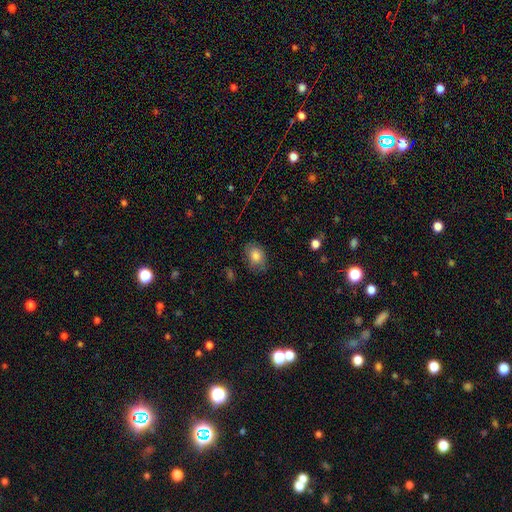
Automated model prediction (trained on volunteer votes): Smooth or featured?
  - smooth: 83% *
  - star or artifact: 9%
  - featured or disk: 8%
How rounded?
  - in between: 66% *
  - round: 32%
  - cigar-shaped: 1%
Merging?
  - none: 77% *
  - minor disturbance: 17%
  - major disturbance: 4%
  - merger: 1%